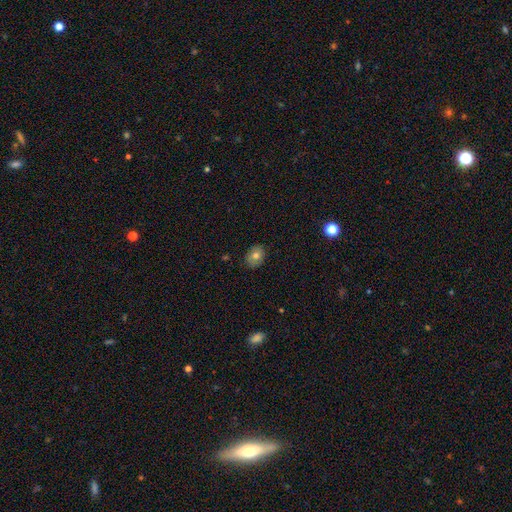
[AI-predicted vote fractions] Smooth or featured? Predicted: smooth (p=0.72). How rounded? Predicted: in between (p=0.54). Merging? Predicted: none (p=0.85).